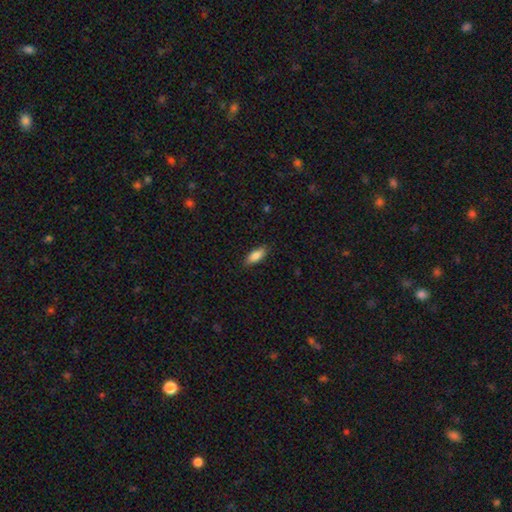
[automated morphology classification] smooth 85%, featured or disk 8%, star or artifact 6%. Down the decision tree: how rounded — in between (79%); merging — none (87%).